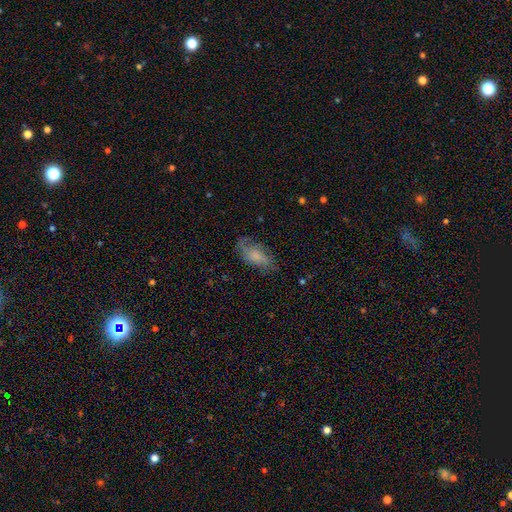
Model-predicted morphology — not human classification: Smooth or featured? Predicted: smooth (p=0.56). How rounded? Predicted: in between (p=0.88). Merging? Predicted: none (p=0.57).